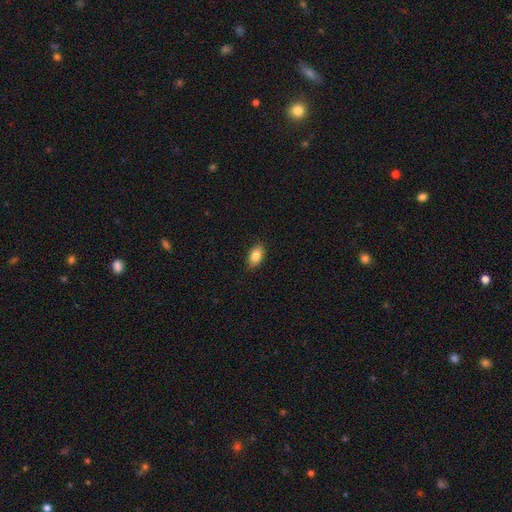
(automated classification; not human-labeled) smooth 84%, featured or disk 8%, star or artifact 7%. Down the decision tree: how rounded — in between (90%); merging — none (87%).